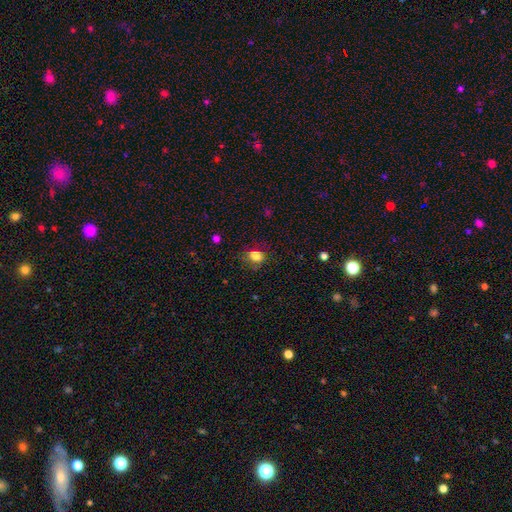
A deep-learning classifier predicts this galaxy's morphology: A smooth galaxy with no disk features (80%) that is in between round and cigar-shaped (61%).

Vote fractions:
- Smooth or featured? smooth: 80% / star or artifact: 11% / featured or disk: 9%
- How rounded? in between: 61% / round: 38% / cigar-shaped: 1%
- Merging? none: 68% / minor disturbance: 21% / major disturbance: 9% / merger: 2%